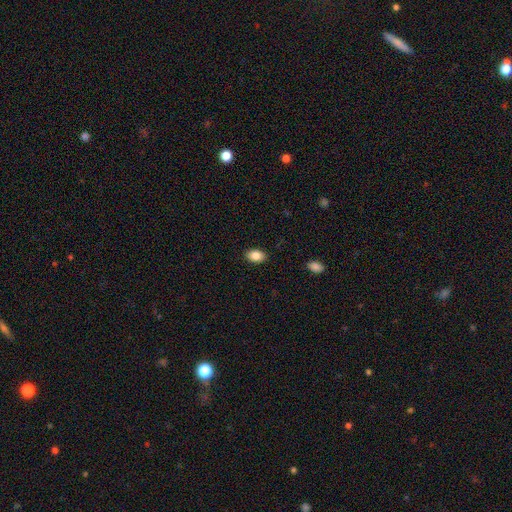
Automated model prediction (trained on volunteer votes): Smooth or featured?
  - smooth: 87% *
  - star or artifact: 8%
  - featured or disk: 5%
How rounded?
  - in between: 87% *
  - round: 11%
  - cigar-shaped: 1%
Merging?
  - none: 88% *
  - minor disturbance: 9%
  - major disturbance: 2%
  - merger: 1%